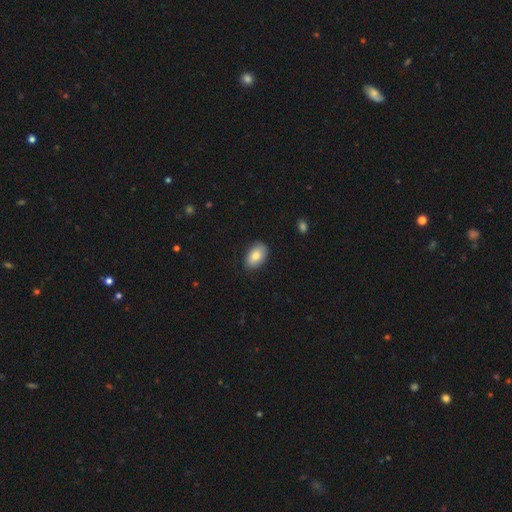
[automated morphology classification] The model was most divided on "smooth or featured": smooth: 81%, featured or disk: 12%, star or artifact: 7%. More confident: how rounded — in between (89%); merging — none (83%).